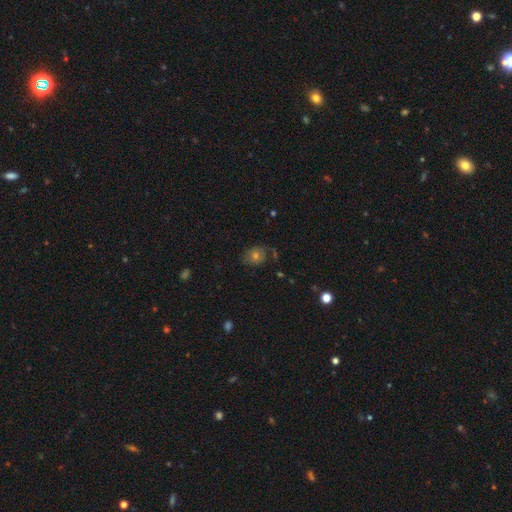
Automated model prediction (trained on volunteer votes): Smooth or featured? Predicted: smooth (p=0.53). How rounded? Predicted: round (p=0.62). Merging? Predicted: none (p=0.72).